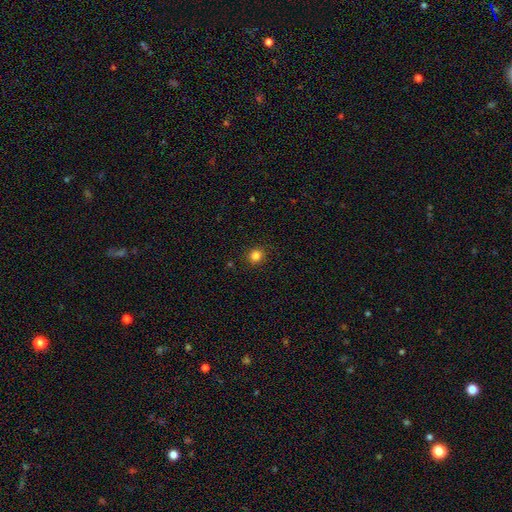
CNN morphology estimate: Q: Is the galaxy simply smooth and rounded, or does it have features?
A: smooth — 83%.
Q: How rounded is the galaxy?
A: round — 89%.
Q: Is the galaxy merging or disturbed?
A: none — 91%.